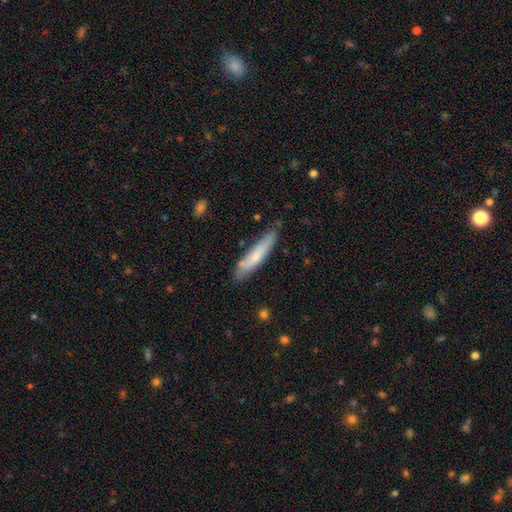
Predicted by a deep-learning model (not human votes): A smooth galaxy with no disk features (66%) that is cigar-shaped (87%). Merging: none (78%).